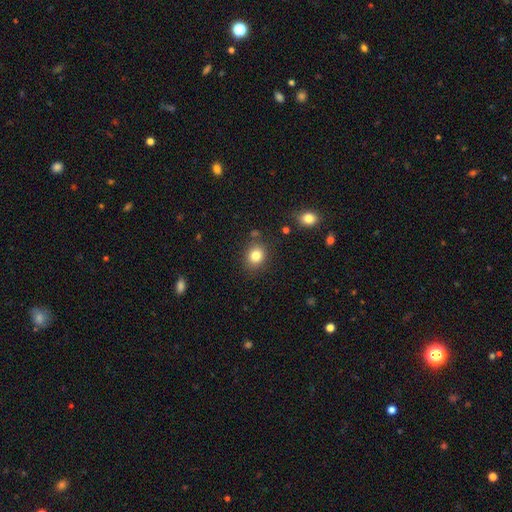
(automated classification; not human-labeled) This is clearly a smooth galaxy (82%). How rounded: likely round (66%). Merging: clearly none (83%).